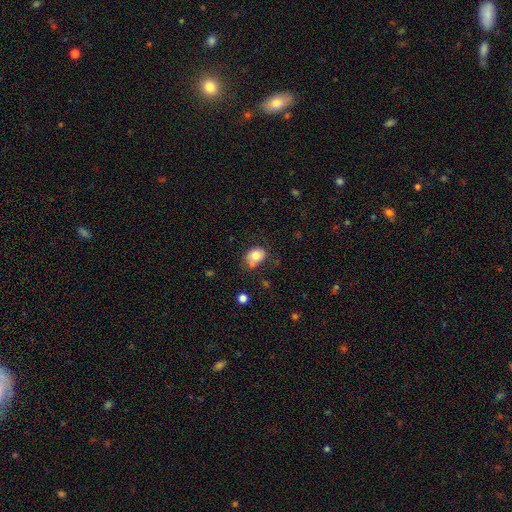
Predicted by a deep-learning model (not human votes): Smooth or featured: smooth — 77% (featured or disk — 14%)
How rounded: in between — 58% (round — 41%)
Merging: none — 55% (minor disturbance — 27%)